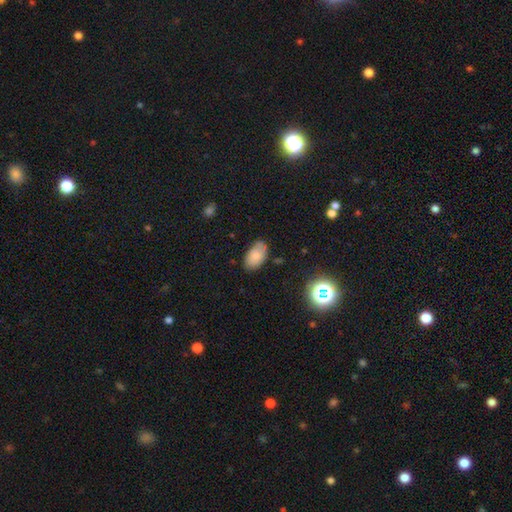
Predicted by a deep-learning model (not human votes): smooth_or_featured: smooth (p=0.80) [alt: featured or disk p=0.10]
how_rounded: in between (p=0.93) [alt: round p=0.06]
merging: none (p=0.72) [alt: minor disturbance p=0.22]